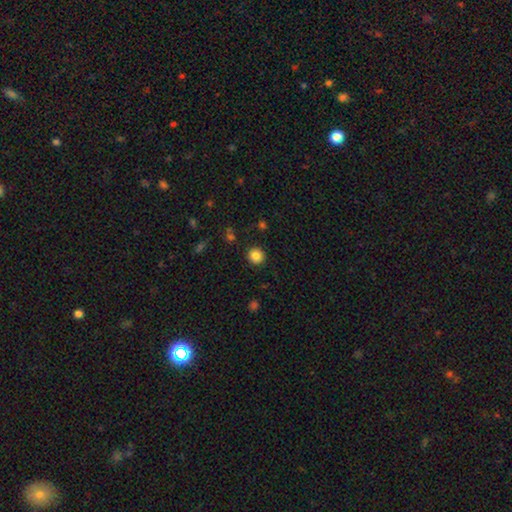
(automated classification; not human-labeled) Overall: smooth (85%). How rounded: round (92%). Merging: none (91%).